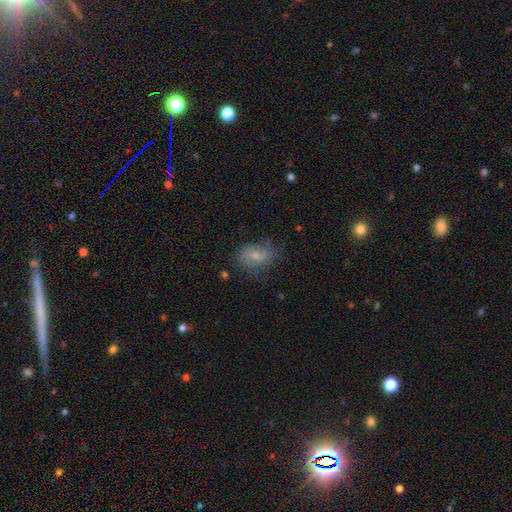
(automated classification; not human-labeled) smooth 47%, featured or disk 43%, star or artifact 10%. Down the decision tree: merging — none (67%).